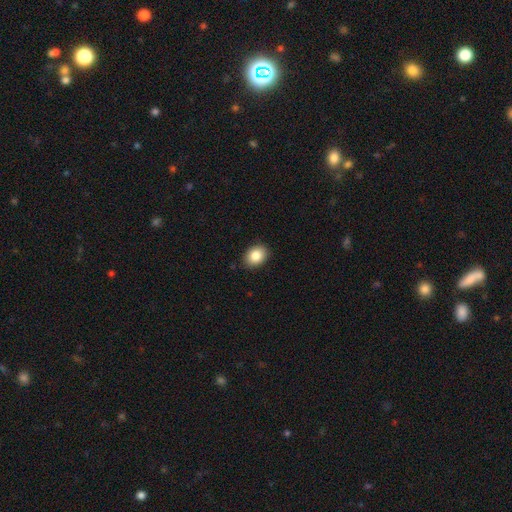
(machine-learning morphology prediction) Smooth or featured? Predicted: smooth (p=0.86). How rounded? Predicted: in between (p=0.67). Merging? Predicted: none (p=0.88).